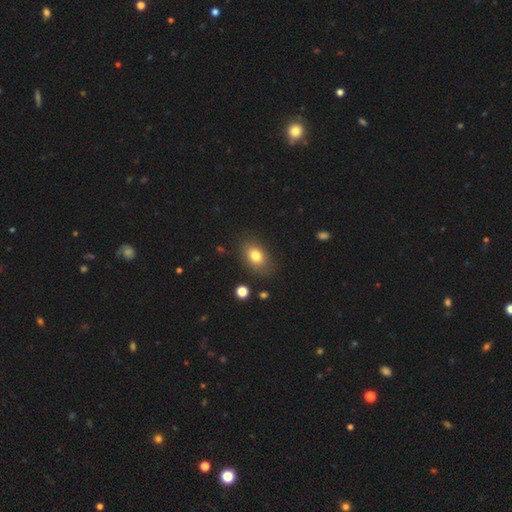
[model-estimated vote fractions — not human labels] Smooth or featured? smooth (79%)
How rounded? in between (81%)
Merging? none (82%)